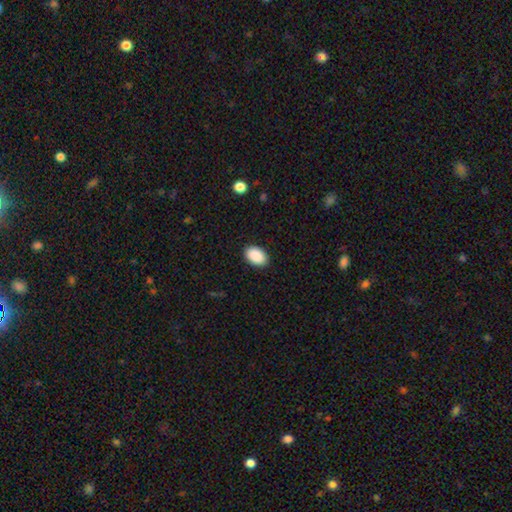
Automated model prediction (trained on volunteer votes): Smooth or featured? smooth (91%)
How rounded? in between (89%)
Merging? none (90%)